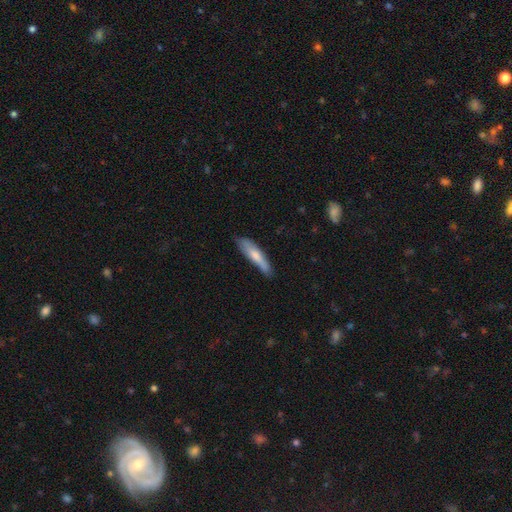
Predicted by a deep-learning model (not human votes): This appears to be a smooth galaxy with no disk features (71%) that is cigar-shaped (78%). Merging: none (68%).